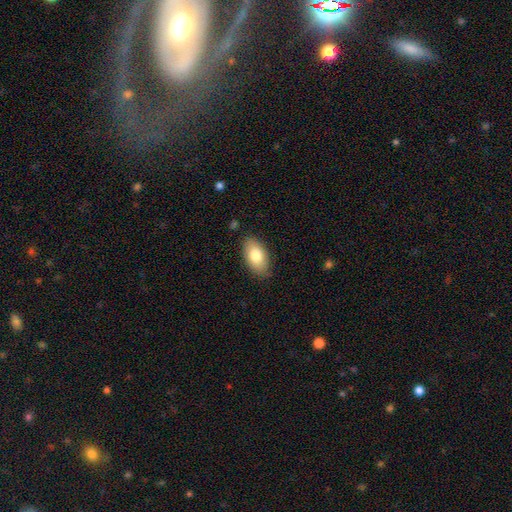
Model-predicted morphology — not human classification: A smooth galaxy with no disk features (79%) that is in between round and cigar-shaped (94%).

Vote fractions:
- Smooth or featured? smooth: 79% / featured or disk: 14% / star or artifact: 7%
- How rounded? in between: 94% / round: 4% / cigar-shaped: 2%
- Merging? none: 83% / minor disturbance: 13% / major disturbance: 3% / merger: 1%